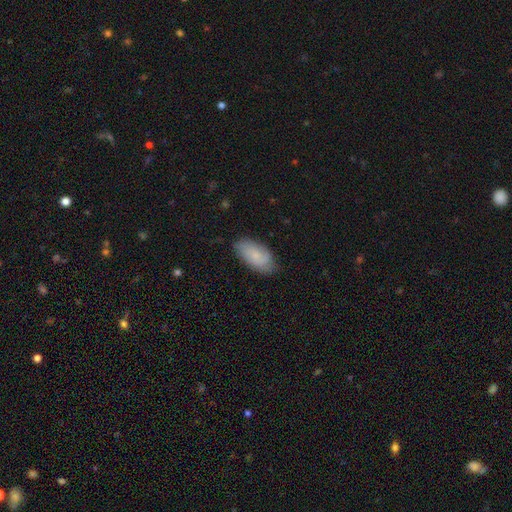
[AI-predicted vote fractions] Overall: smooth (70%). How rounded: in between (91%). Merging: none (76%).